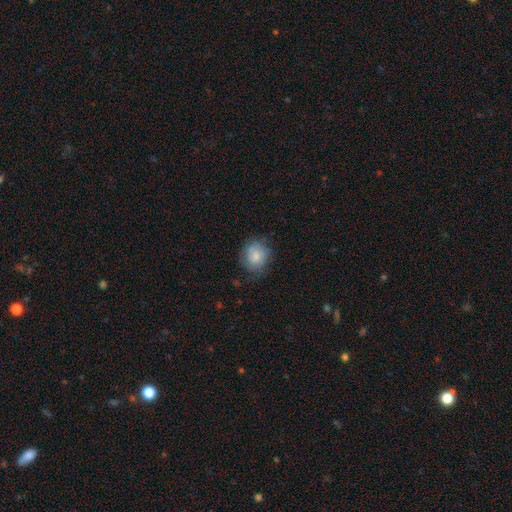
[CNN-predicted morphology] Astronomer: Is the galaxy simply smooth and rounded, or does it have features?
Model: smooth — 67%.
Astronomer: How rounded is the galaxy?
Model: round — 80%.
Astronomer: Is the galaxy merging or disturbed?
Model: none — 72%.